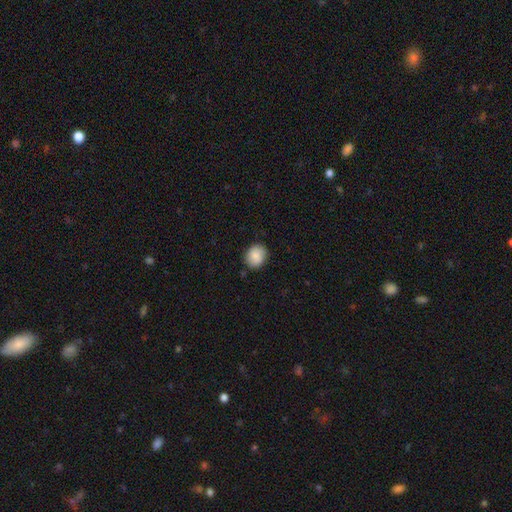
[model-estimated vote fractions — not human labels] Overall: smooth (86%). How rounded: round (69%; in between 30%). Merging: none (86%).